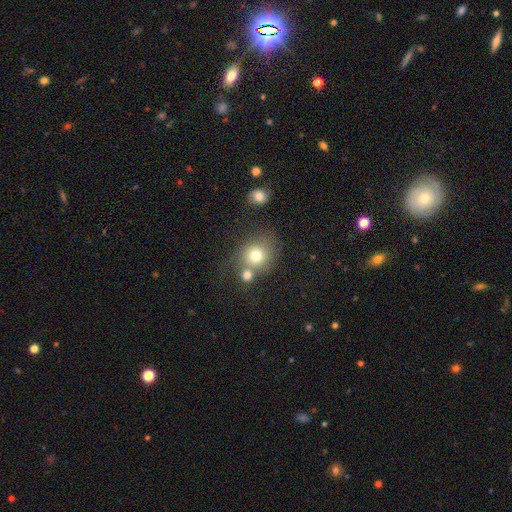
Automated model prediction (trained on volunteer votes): A smooth galaxy with no disk features (74%) that is round (78%).

Vote fractions:
- Smooth or featured? smooth: 74% / featured or disk: 13% / star or artifact: 13%
- How rounded? round: 78% / in between: 21% / cigar-shaped: 1%
- Merging? none: 52% / merger: 30% / minor disturbance: 12% / major disturbance: 6%